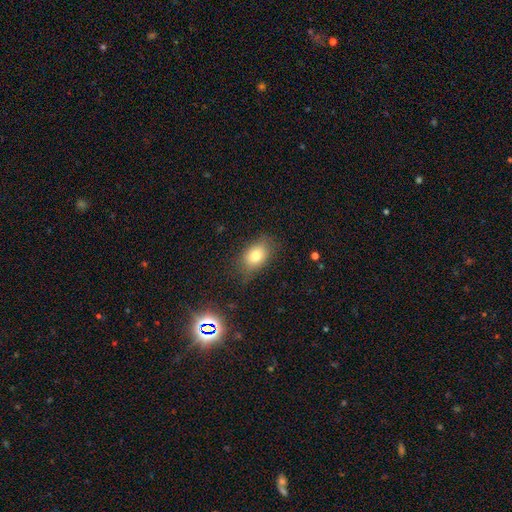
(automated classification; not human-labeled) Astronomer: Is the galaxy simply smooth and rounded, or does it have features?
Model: smooth — 78%.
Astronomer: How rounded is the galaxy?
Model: in between — 79%.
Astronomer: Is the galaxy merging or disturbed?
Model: none — 72%.